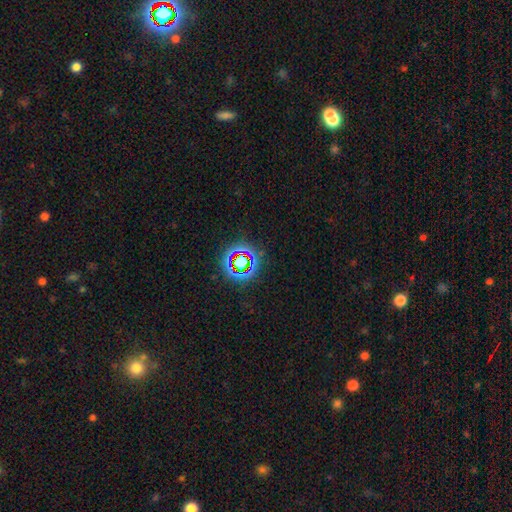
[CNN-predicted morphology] Overall: star or artifact (69%).